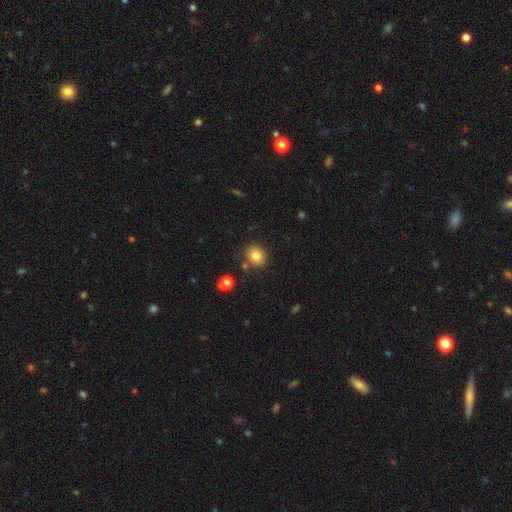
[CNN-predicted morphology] smooth_or_featured: smooth (p=0.80) [alt: star or artifact p=0.11]
how_rounded: round (p=0.75) [alt: in between p=0.24]
merging: none (p=0.82) [alt: minor disturbance p=0.09]